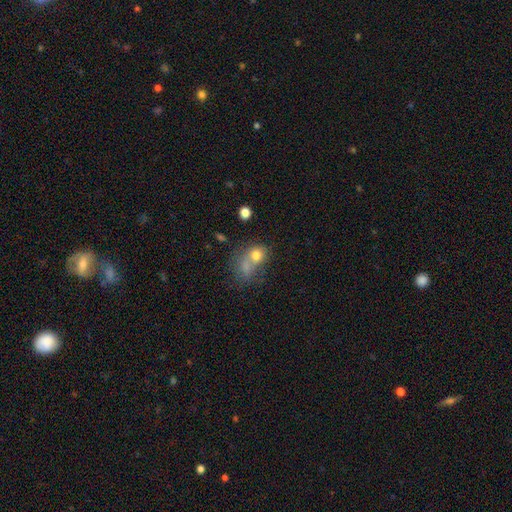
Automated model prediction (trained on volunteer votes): This appears to be a smooth galaxy with no disk features (71%) that is round (50%). Merging: merger (46%).